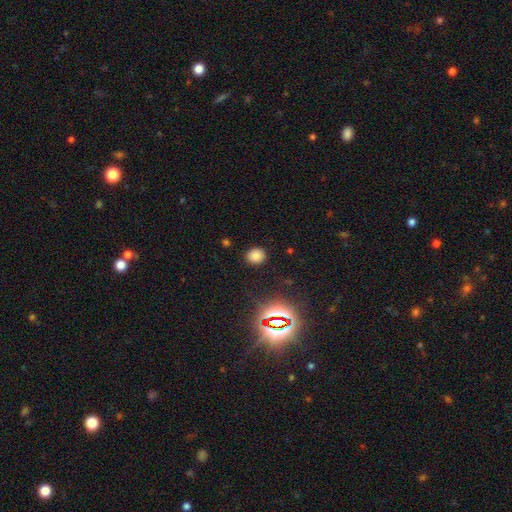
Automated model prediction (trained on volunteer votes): Smooth or featured? Predicted: smooth (p=0.77). How rounded? Predicted: round (p=0.75). Merging? Predicted: none (p=0.89).